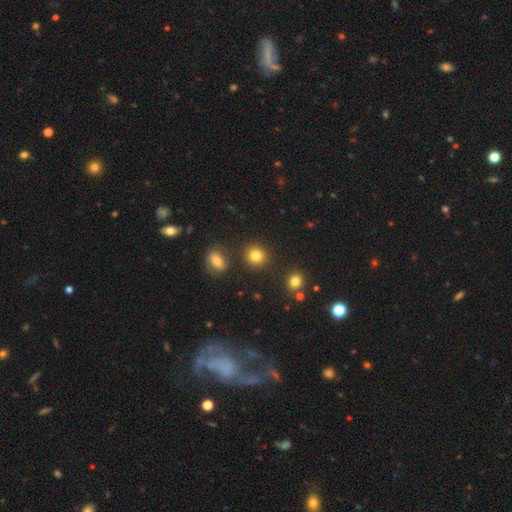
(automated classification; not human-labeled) This is clearly a smooth galaxy (83%). How rounded: clearly round (89%). Merging: clearly none (88%).